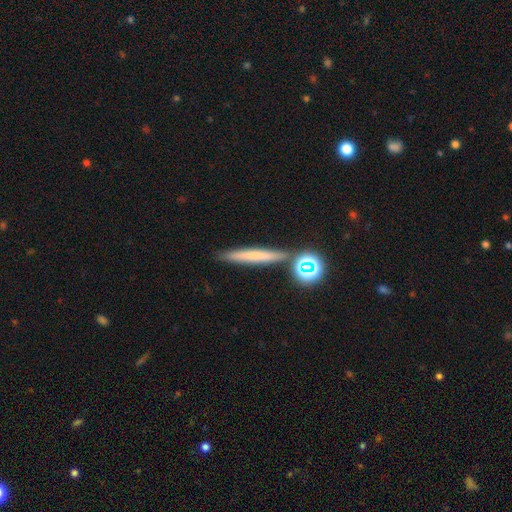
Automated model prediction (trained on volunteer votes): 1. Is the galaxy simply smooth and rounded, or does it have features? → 60% smooth, 28% featured or disk, 13% star or artifact.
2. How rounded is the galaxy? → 89% cigar-shaped, 6% in between, 5% round.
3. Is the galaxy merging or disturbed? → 83% none, 8% minor disturbance, 6% merger, 2% major disturbance.